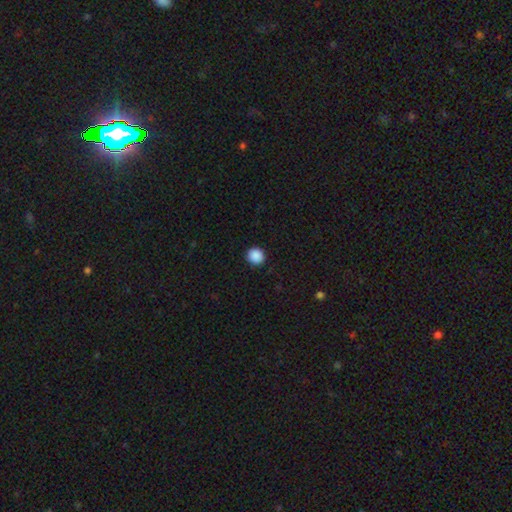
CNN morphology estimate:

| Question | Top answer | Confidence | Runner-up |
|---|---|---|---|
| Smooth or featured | smooth | 89% | star or artifact (9%) |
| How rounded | round | 91% | in between (8%) |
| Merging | none | 92% | minor disturbance (6%) |